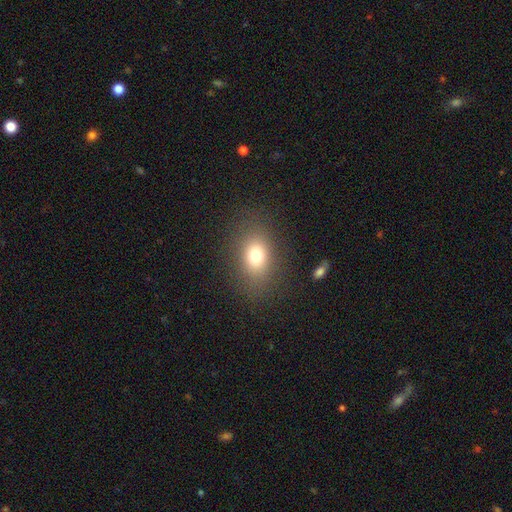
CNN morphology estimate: smooth-or-featured: smooth: 74% | star or artifact: 14% | featured or disk: 12%
  how-rounded: in between: 68% | round: 31% | cigar-shaped: 2%
  merging: none: 83% | minor disturbance: 10% | major disturbance: 6% | merger: 1%